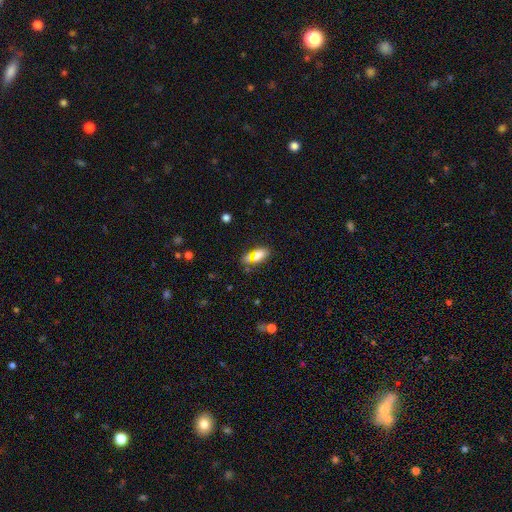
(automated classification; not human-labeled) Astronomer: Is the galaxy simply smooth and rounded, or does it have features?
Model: smooth — 70%.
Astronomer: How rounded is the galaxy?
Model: in between — 82%.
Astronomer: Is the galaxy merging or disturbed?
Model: none — 51% (runner-up: merger, 27%).